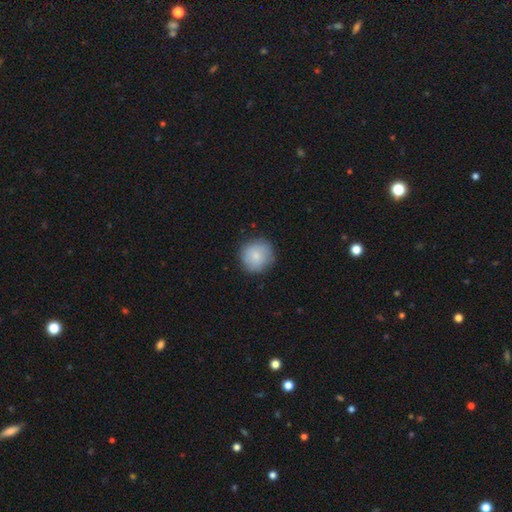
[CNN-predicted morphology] A smooth galaxy with no disk features (82%) that is round (91%). Merging: none (83%).